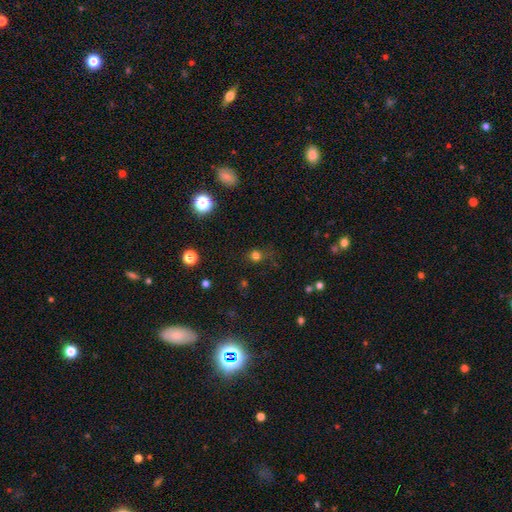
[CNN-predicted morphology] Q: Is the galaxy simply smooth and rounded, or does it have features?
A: smooth — 69%.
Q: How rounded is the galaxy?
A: round — 86%.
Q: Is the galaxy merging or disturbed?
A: none — 70%.